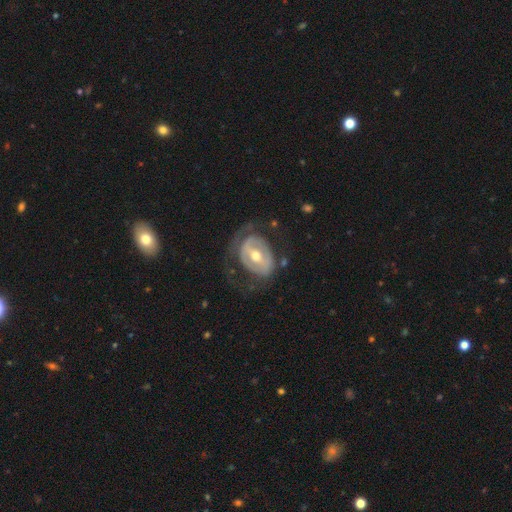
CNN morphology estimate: Smooth or featured: featured or disk — 75% (smooth — 20%)
Edge-on disk: no — 95% (yes — 5%)
Bar: strong — 38% (tied with weak — 38%)
Spiral arms: yes — 54% (no — 46%)
Bulge size: moderate — 73% (small — 19%)
Merging: none — 53% (major disturbance — 25%)